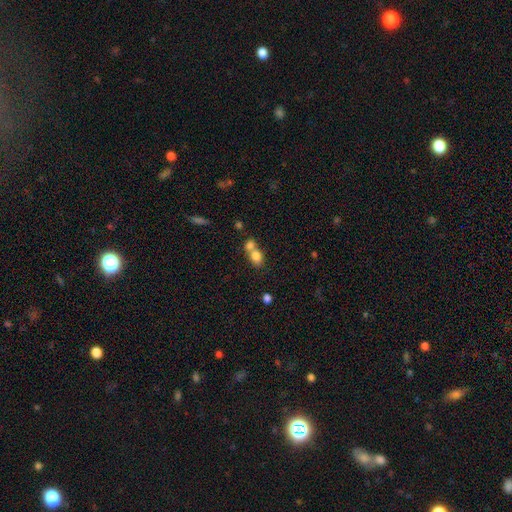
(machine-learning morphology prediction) smooth 79%, featured or disk 11%, star or artifact 10%. Down the decision tree: how rounded — in between (53%); merging — merger (60%).